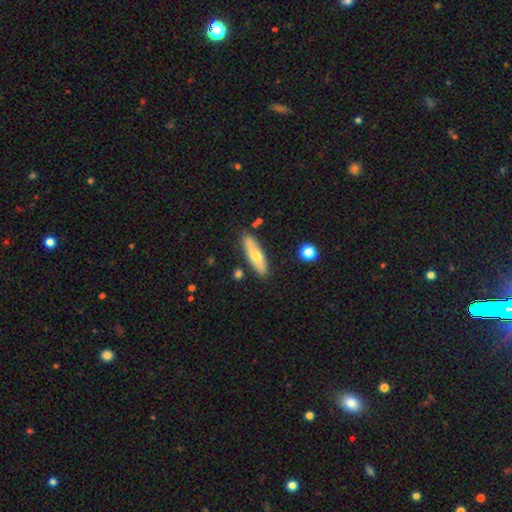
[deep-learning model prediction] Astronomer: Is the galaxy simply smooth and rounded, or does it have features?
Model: smooth — 59% (runner-up: featured or disk, 35%).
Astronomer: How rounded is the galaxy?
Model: cigar-shaped — 51% (runner-up: in between, 47%).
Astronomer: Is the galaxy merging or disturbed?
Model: none — 83%.